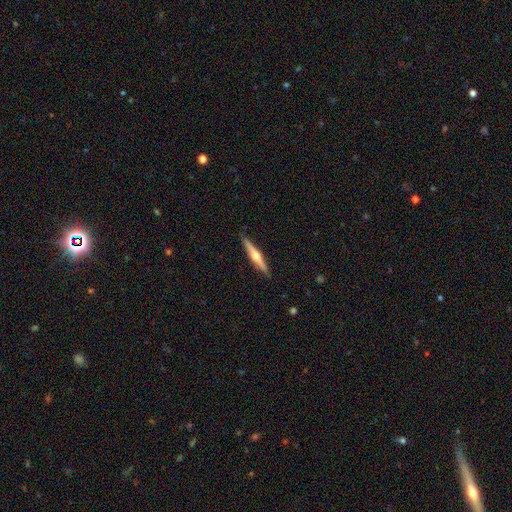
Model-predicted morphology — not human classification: This is likely a featured or disk galaxy (69%). It is clearly viewed edge-on (97%). Edge-on bulge: clearly rounded (94%). Merging: clearly none (90%).